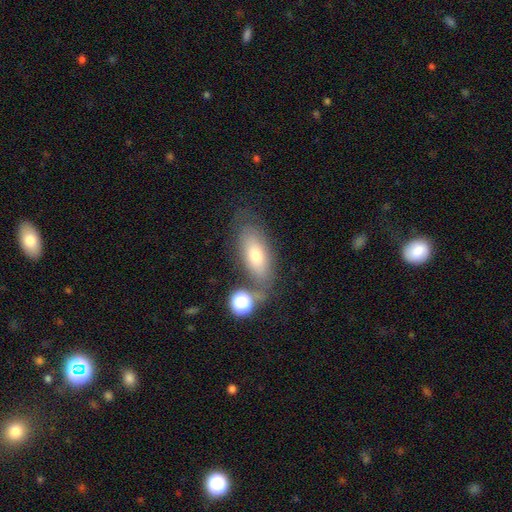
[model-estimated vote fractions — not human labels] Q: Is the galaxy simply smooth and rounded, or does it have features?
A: smooth — 61%.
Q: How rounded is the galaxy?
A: in between — 79%.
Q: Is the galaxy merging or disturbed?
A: none — 64%.